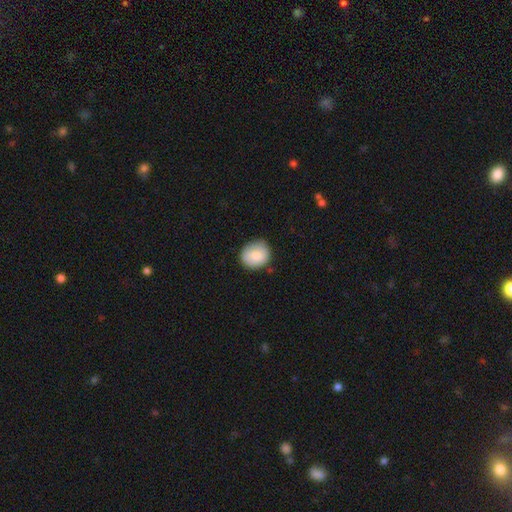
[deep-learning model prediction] A smooth galaxy with no disk features (81%) that is round (76%). Merging: none (78%).